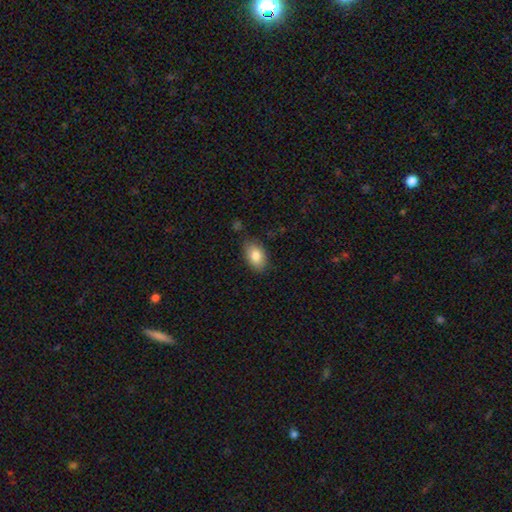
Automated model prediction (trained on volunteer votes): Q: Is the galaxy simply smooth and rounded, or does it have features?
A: smooth — 84%.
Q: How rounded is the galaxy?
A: in between — 91%.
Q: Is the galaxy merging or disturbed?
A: none — 81%.